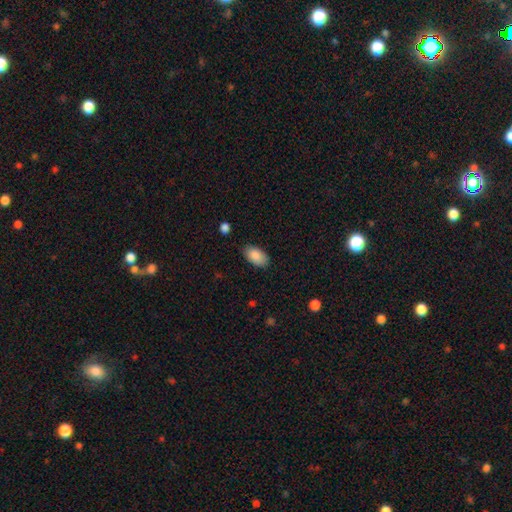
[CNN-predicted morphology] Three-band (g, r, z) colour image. It shows a smooth galaxy with no disk features (89%) that is in between round and cigar-shaped (95%). Merging: none (83%).